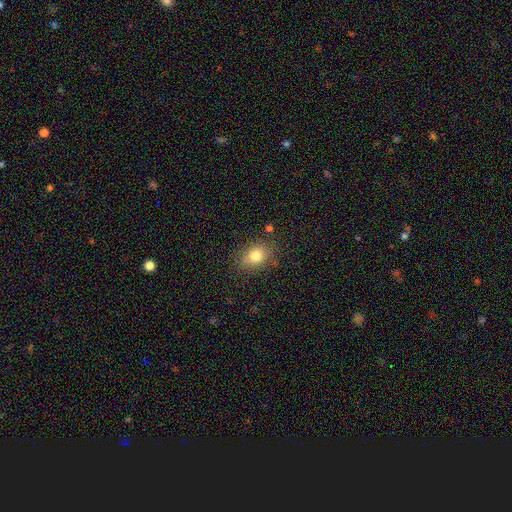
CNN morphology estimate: Q: Smooth or featured?
A: smooth (79%); runner-up: star or artifact (11%)
Q: How rounded?
A: in between (57%); runner-up: round (42%)
Q: Merging?
A: none (79%); runner-up: minor disturbance (14%)